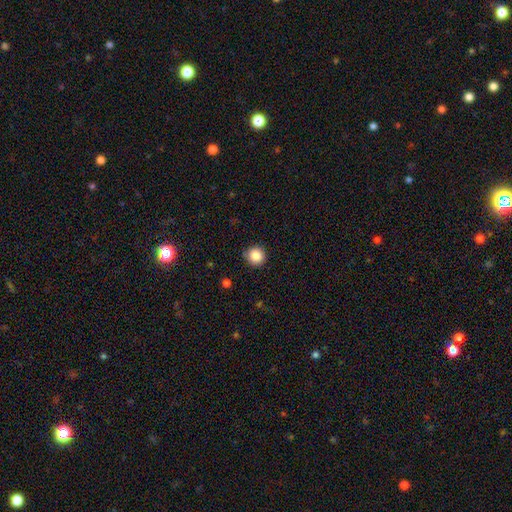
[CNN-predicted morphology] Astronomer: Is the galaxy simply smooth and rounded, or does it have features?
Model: smooth — 86%.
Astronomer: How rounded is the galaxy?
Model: round — 94%.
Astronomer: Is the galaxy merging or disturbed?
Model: none — 89%.